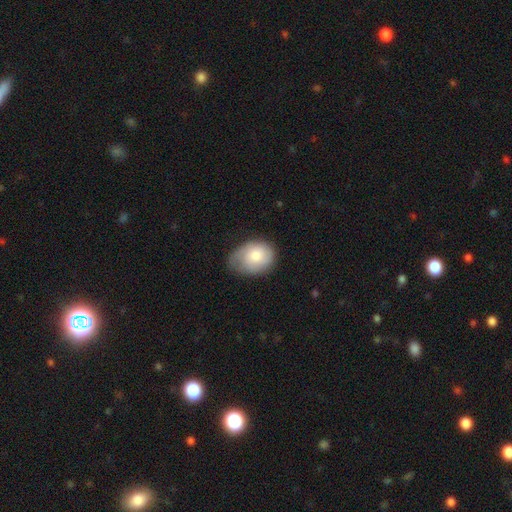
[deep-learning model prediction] Smooth or featured? smooth (74%)
How rounded? in between (65%)
Merging? none (47%)